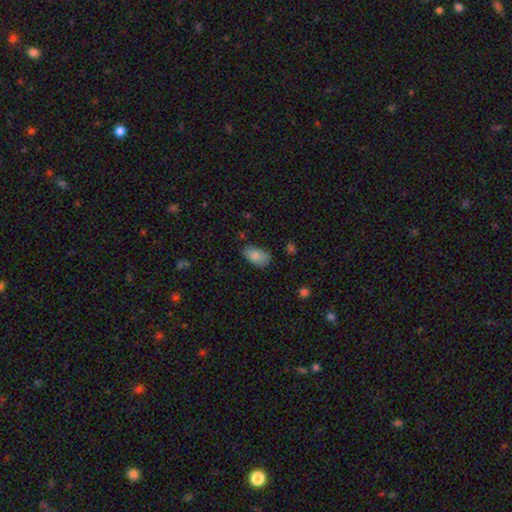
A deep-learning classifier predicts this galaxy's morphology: This is clearly a smooth galaxy (85%). How rounded: clearly in between (93%). Merging: likely none (68%).